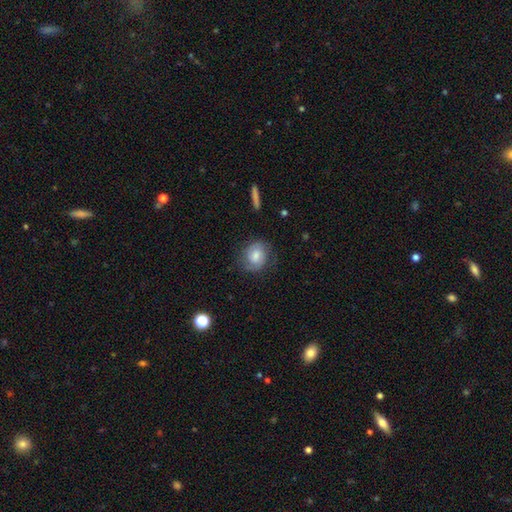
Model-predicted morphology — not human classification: smooth-or-featured: smooth: 47% | featured or disk: 45% | star or artifact: 8%
  merging: none: 73% | minor disturbance: 18% | major disturbance: 7% | merger: 1%